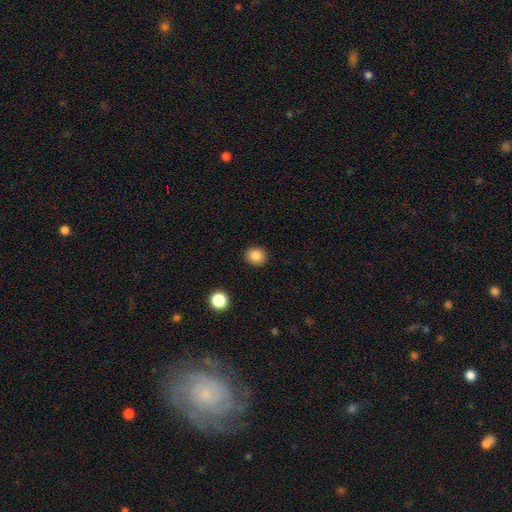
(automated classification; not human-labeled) Smooth or featured?
  - smooth: 84% *
  - star or artifact: 10%
  - featured or disk: 5%
How rounded?
  - round: 80% *
  - in between: 19%
  - cigar-shaped: 1%
Merging?
  - none: 91% *
  - minor disturbance: 5%
  - major disturbance: 2%
  - merger: 1%